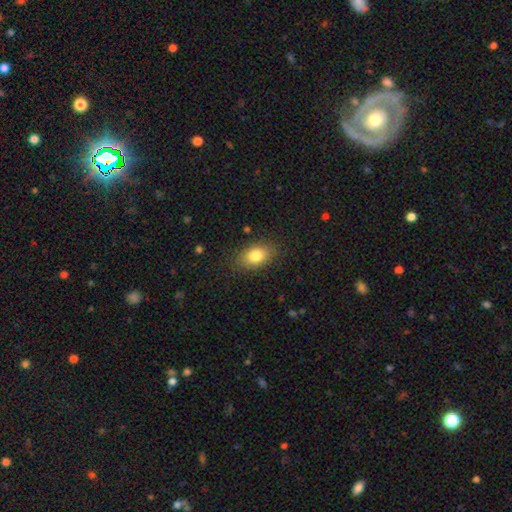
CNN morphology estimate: smooth 81%, featured or disk 11%, star or artifact 9%. Down the decision tree: how rounded — in between (84%); merging — none (84%).